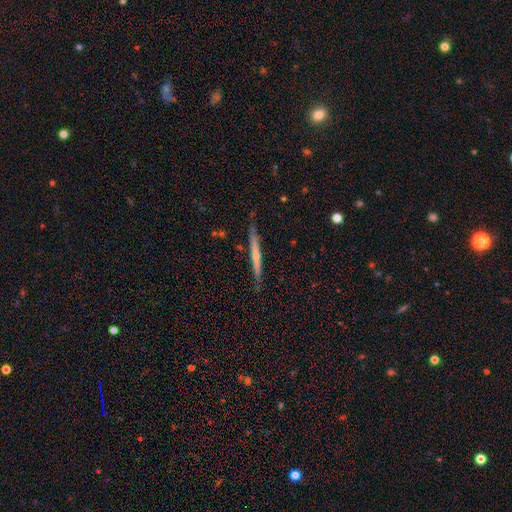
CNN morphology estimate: This appears to be a featured or disk galaxy (59%) viewed edge-on (97%) with a rounded central bulge (49%). Merging: none (84%).